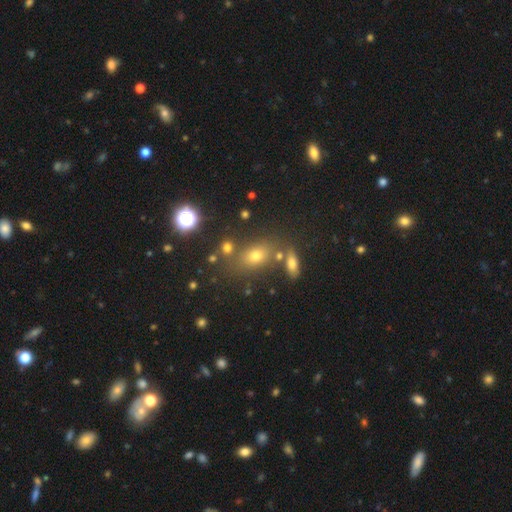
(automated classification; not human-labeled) Q: Smooth or featured?
A: smooth (64%); runner-up: star or artifact (21%)
Q: How rounded?
A: in between (70%); runner-up: round (26%)
Q: Merging?
A: none (68%); runner-up: merger (15%)